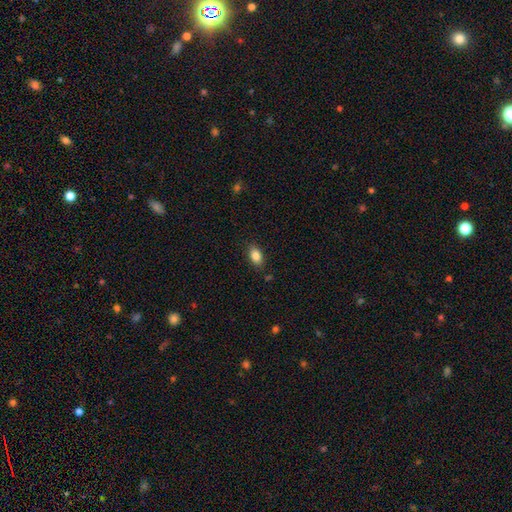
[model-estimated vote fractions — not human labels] The model was most divided on "merging": none: 85%, minor disturbance: 11%, major disturbance: 3%, merger: 2%. More confident: how rounded — in between (88%); smooth or featured — smooth (86%).